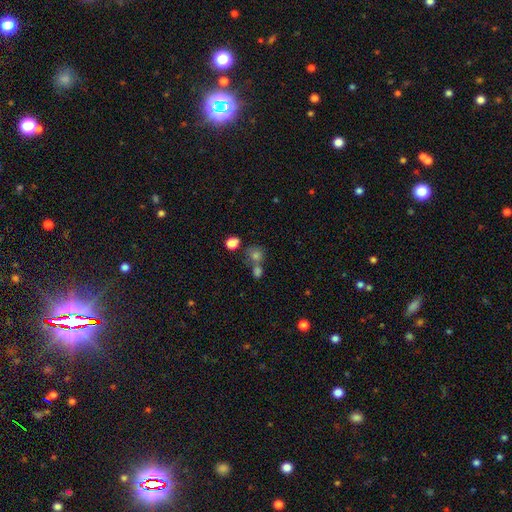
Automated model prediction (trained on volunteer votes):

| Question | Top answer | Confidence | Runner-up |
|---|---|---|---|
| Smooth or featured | smooth | 73% | star or artifact (17%) |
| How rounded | round | 78% | in between (21%) |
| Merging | none | 50% | merger (36%) |